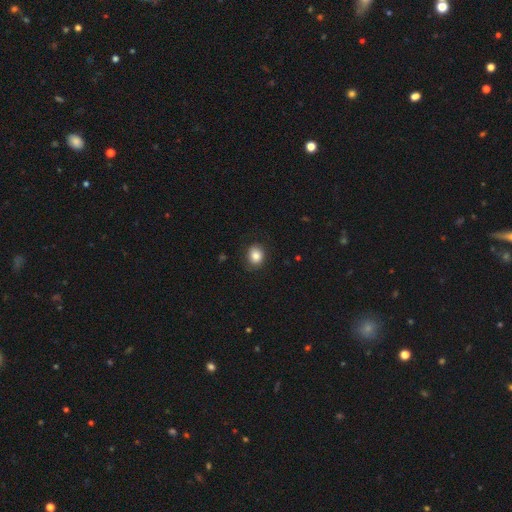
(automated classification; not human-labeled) Smooth or featured?
  - smooth: 85% *
  - star or artifact: 9%
  - featured or disk: 6%
How rounded?
  - round: 62% *
  - in between: 37%
  - cigar-shaped: 1%
Merging?
  - none: 84% *
  - minor disturbance: 12%
  - major disturbance: 3%
  - merger: 1%